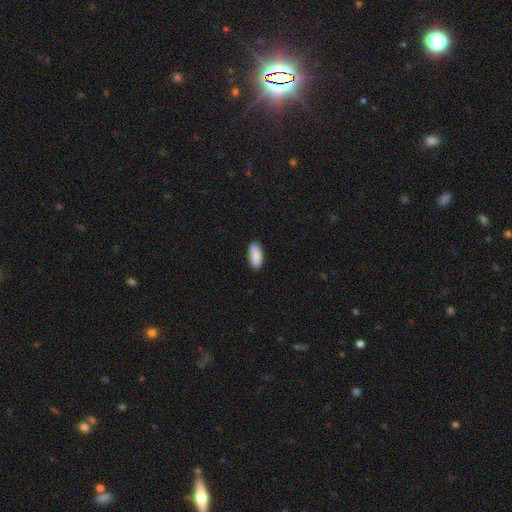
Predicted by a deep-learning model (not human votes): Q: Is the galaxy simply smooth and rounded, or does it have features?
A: smooth — 89%.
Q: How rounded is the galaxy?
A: in between — 88%.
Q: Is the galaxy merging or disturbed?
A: none — 87%.